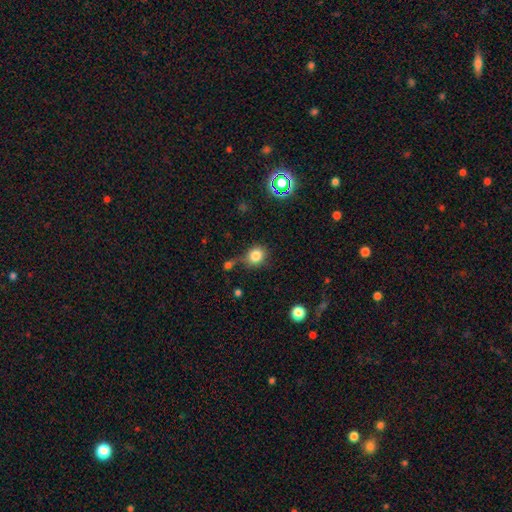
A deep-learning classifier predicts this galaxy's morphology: Smooth or featured?
  - smooth: 83% *
  - star or artifact: 11%
  - featured or disk: 6%
How rounded?
  - round: 77% *
  - in between: 22%
  - cigar-shaped: 1%
Merging?
  - none: 63% *
  - minor disturbance: 18%
  - merger: 12%
  - major disturbance: 7%